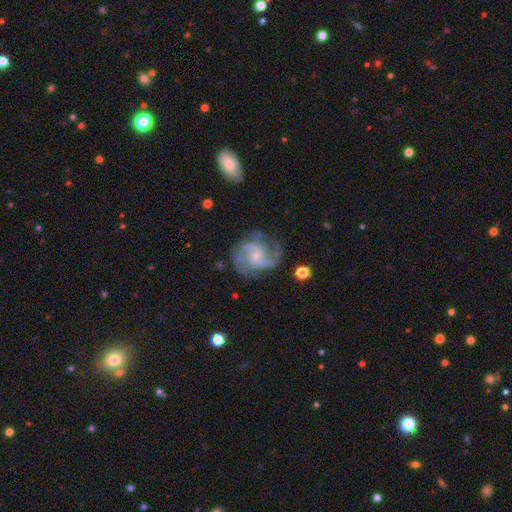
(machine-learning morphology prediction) type=featured or disk (85%); edge-on=no (98%); bar=weak (51%); spiral arms=yes (95%); winding=medium (54%); arm count=2 (65%); bulge=small (59%); merging=none (64%).